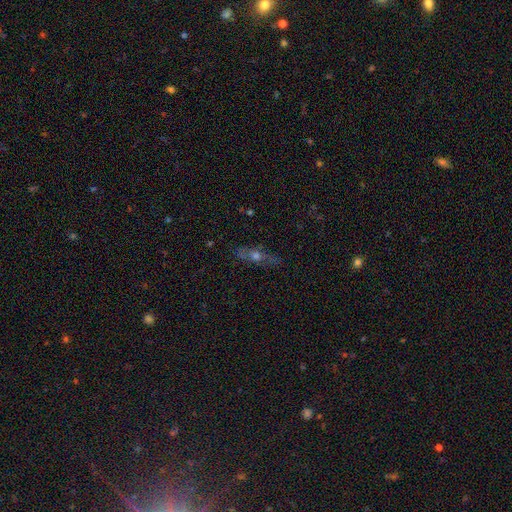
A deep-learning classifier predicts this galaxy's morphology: A featured or disk galaxy (58%) viewed edge-on (75%).

Vote fractions:
- Smooth or featured? featured or disk: 58% / smooth: 29% / star or artifact: 13%
- Edge-on disk? yes: 75% / no: 25%
- Merging? none: 82% / minor disturbance: 13% / major disturbance: 4% / merger: 2%